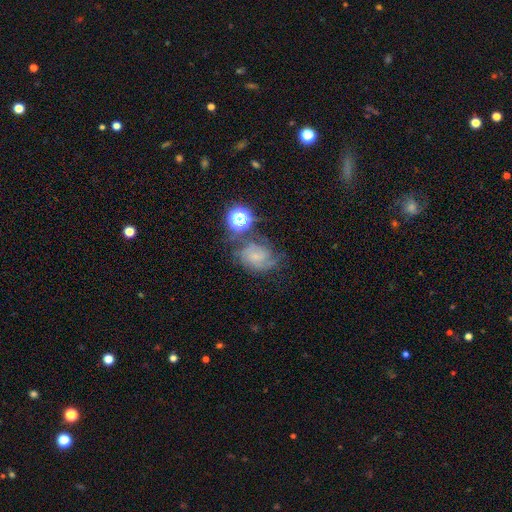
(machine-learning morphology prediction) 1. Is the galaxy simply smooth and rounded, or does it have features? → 56% featured or disk, 26% smooth, 18% star or artifact.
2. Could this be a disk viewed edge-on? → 97% no, 3% yes.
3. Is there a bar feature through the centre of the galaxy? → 66% no, 28% weak, 6% strong.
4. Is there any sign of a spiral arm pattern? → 86% yes, 14% no.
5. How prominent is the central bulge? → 64% small, 18% none, 14% moderate, 2% large, 2% dominant.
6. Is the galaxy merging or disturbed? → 51% none, 23% minor disturbance, 17% major disturbance, 9% merger.